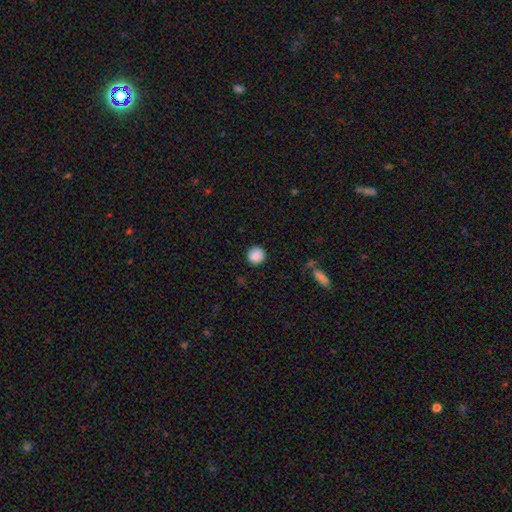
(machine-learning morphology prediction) The model was most divided on "smooth or featured": smooth: 88%, star or artifact: 9%, featured or disk: 4%. More confident: how rounded — round (95%); merging — none (90%).